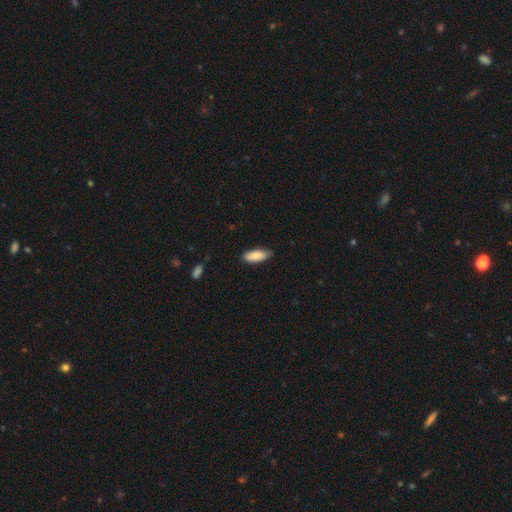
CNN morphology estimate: smooth-or-featured: smooth: 85% | featured or disk: 9% | star or artifact: 6%
  how-rounded: in between: 74% | cigar-shaped: 25% | round: 2%
  merging: none: 80% | minor disturbance: 17% | major disturbance: 2% | merger: 1%